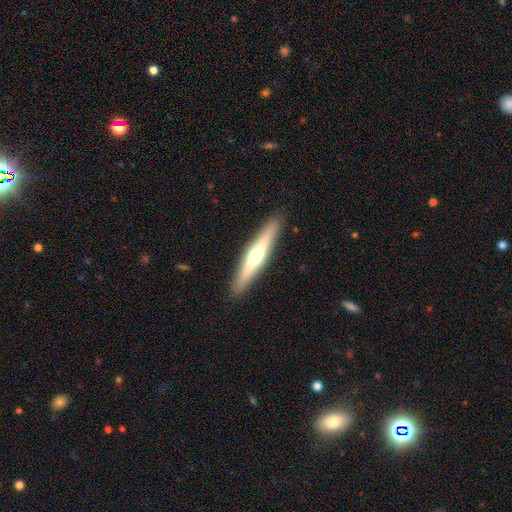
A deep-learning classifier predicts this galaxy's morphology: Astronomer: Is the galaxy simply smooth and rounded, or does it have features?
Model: featured or disk — 55% (runner-up: smooth, 39%).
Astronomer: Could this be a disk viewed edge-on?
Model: yes — 95%.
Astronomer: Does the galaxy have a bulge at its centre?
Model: rounded — 86%.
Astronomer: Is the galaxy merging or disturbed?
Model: none — 91%.